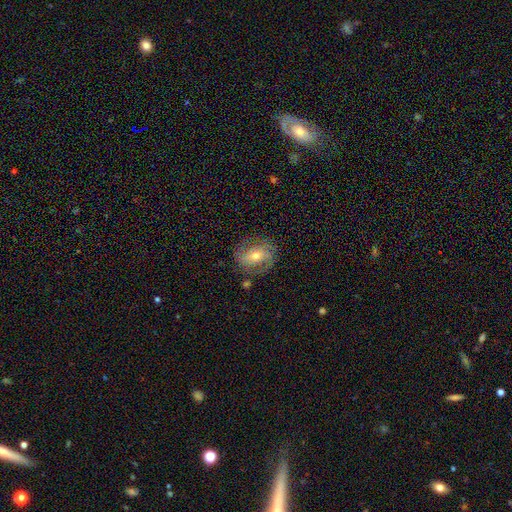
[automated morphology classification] This appears to be a featured or disk galaxy (75%) with a weak bar (40%), 2 (63%) medium (42%) spiral arms (89%) and a moderate central bulge (63%). Merging: none (73%).